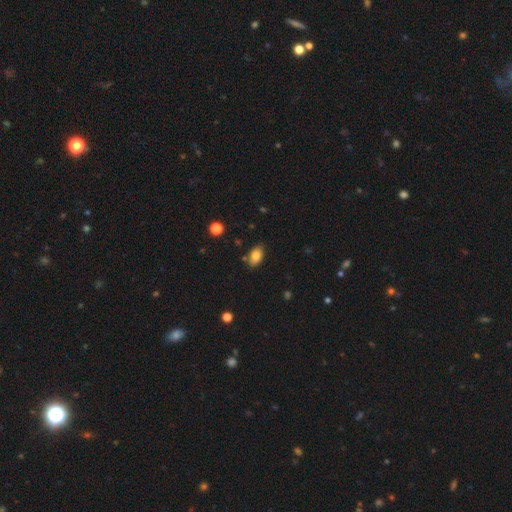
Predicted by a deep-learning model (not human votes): This appears to be a smooth galaxy with no disk features (81%) that is in between round and cigar-shaped (90%). Merging: none (81%).